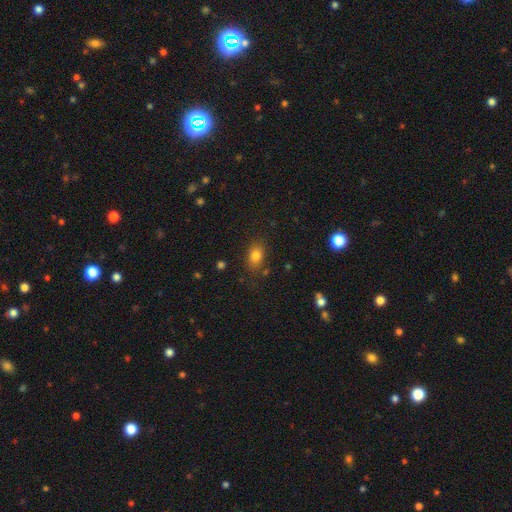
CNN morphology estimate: smooth_or_featured: smooth (p=0.80) [alt: star or artifact p=0.12]
how_rounded: in between (p=0.76) [alt: round p=0.22]
merging: none (p=0.80) [alt: minor disturbance p=0.13]